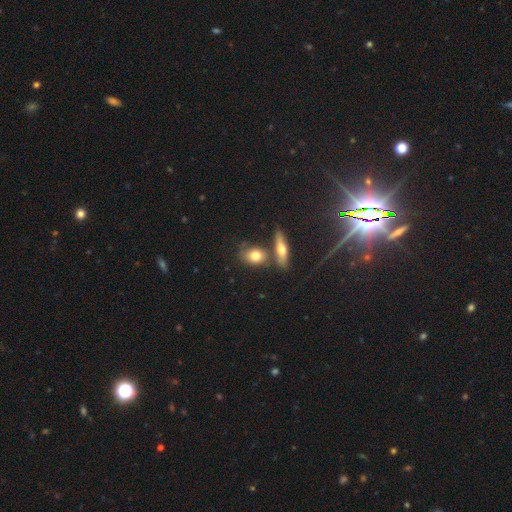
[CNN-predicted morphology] Smooth or featured?
  - smooth: 73% *
  - featured or disk: 19%
  - star or artifact: 8%
How rounded?
  - in between: 65% *
  - round: 27%
  - cigar-shaped: 8%
Merging?
  - none: 58% *
  - merger: 25%
  - minor disturbance: 13%
  - major disturbance: 4%